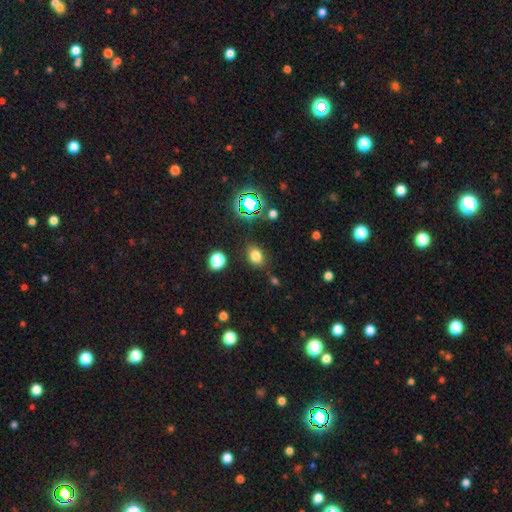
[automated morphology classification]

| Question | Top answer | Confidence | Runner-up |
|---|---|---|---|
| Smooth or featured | smooth | 75% | star or artifact (18%) |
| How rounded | in between | 68% | round (31%) |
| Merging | none | 82% | minor disturbance (11%) |